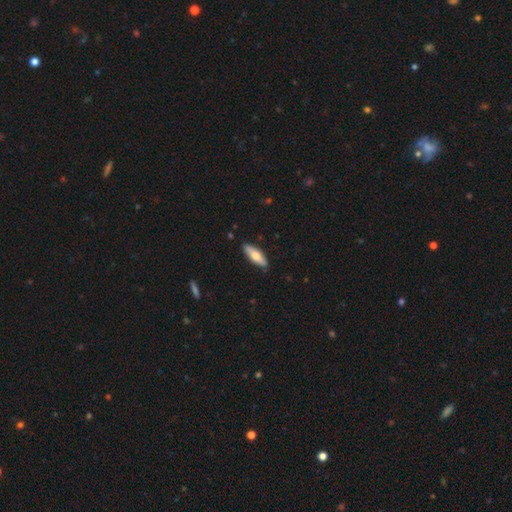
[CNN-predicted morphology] type=smooth (66%); roundness=in between (51%); merging=none (88%).